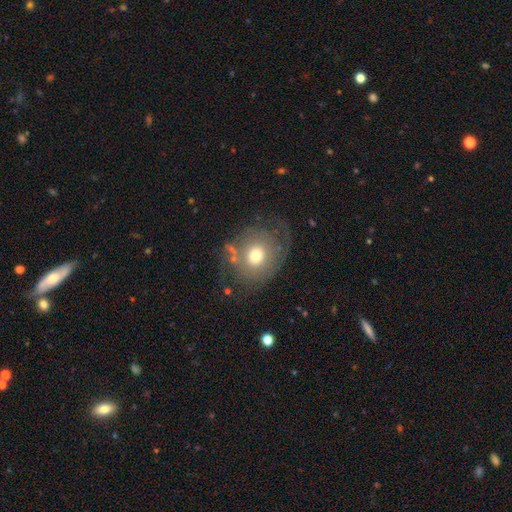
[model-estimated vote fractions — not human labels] This appears to be a smooth galaxy with no disk features (52%) that is round (65%). Merging: none (55%).